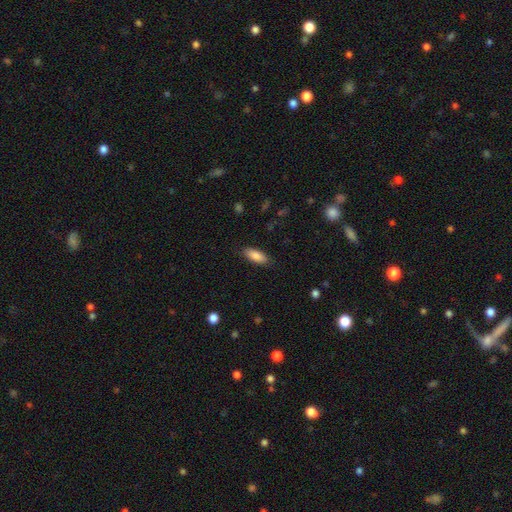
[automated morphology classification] smooth_or_featured: smooth (p=0.86) [alt: featured or disk p=0.08]
how_rounded: in between (p=0.78) [alt: cigar-shaped p=0.20]
merging: none (p=0.86) [alt: minor disturbance p=0.10]